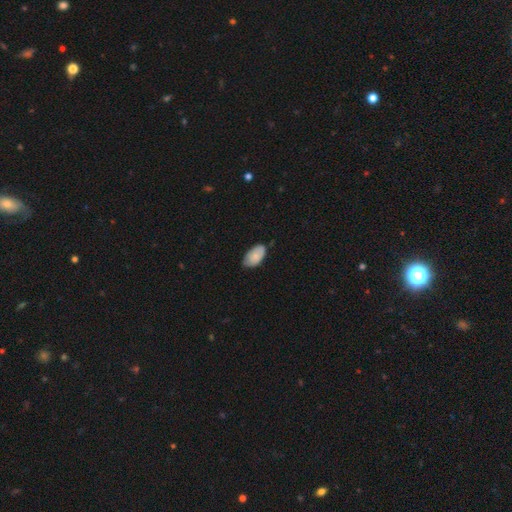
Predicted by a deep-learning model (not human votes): Morphology: type=smooth (80%); roundness=in between (95%); merging=none (69%).